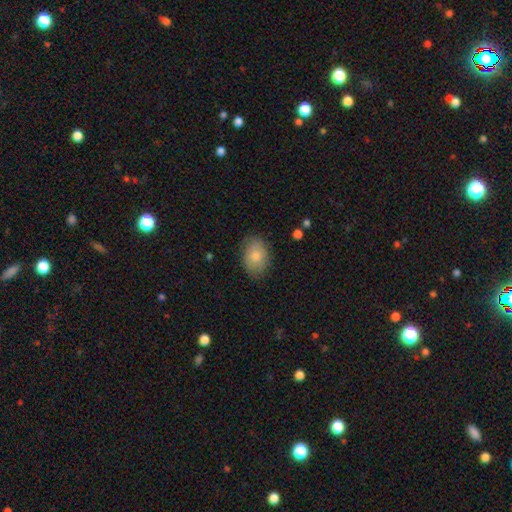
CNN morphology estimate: The model was most divided on "smooth or featured": smooth: 74%, featured or disk: 19%, star or artifact: 7%. More confident: how rounded — in between (81%); merging — none (77%).